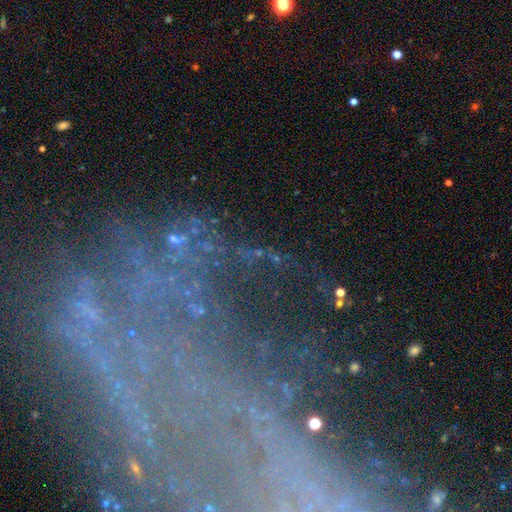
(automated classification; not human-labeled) Smooth or featured? star or artifact (48%)